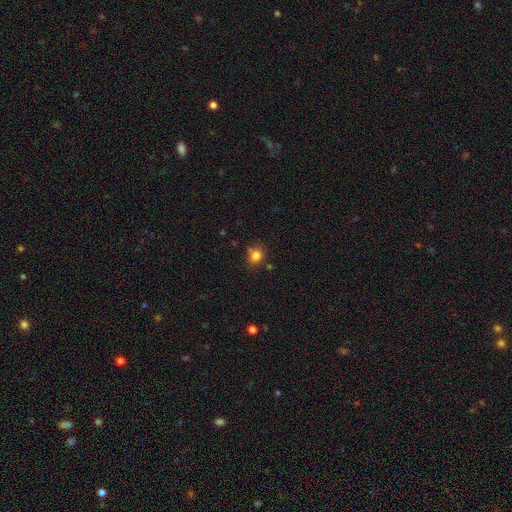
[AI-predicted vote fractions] smooth-or-featured: smooth: 82% | star or artifact: 12% | featured or disk: 6%
  how-rounded: round: 73% | in between: 26% | cigar-shaped: 1%
  merging: none: 70% | minor disturbance: 19% | merger: 7% | major disturbance: 5%